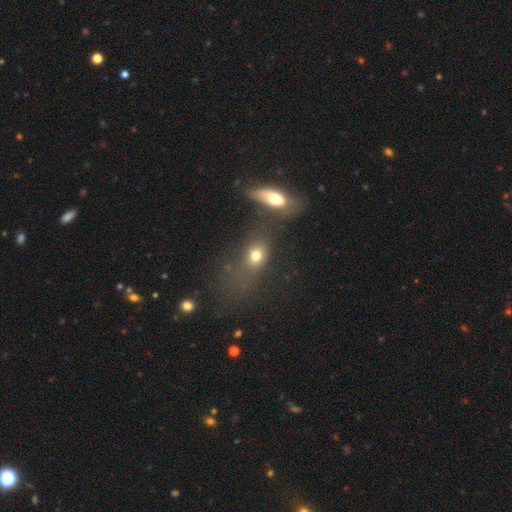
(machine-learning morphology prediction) type=smooth (72%); roundness=in between (64%); merging=none (43%).